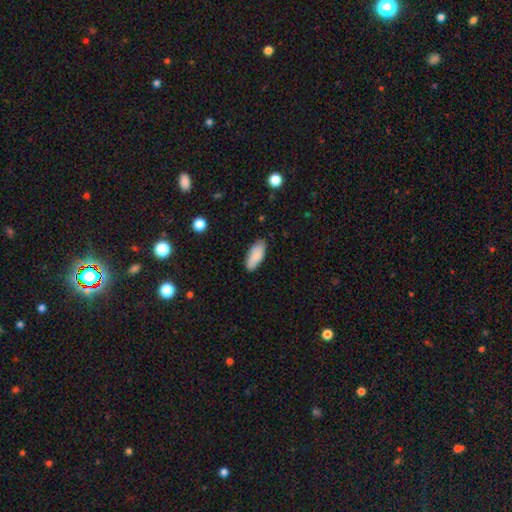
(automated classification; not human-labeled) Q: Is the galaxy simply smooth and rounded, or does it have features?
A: smooth — 86%.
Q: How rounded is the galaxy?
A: in between — 85%.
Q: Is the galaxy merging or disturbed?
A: none — 83%.